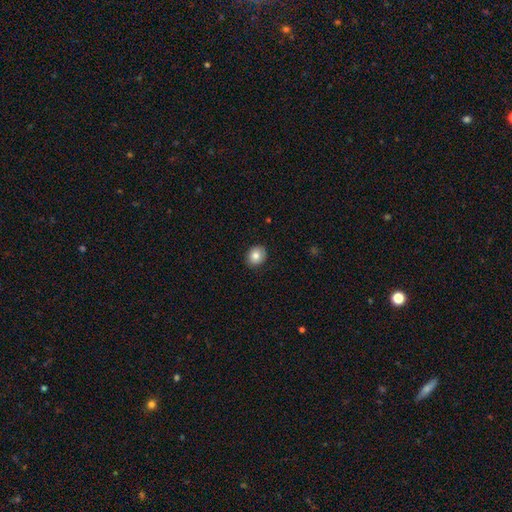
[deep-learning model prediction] Smooth or featured? Predicted: smooth (p=0.83). How rounded? Predicted: round (p=0.64). Merging? Predicted: none (p=0.89).